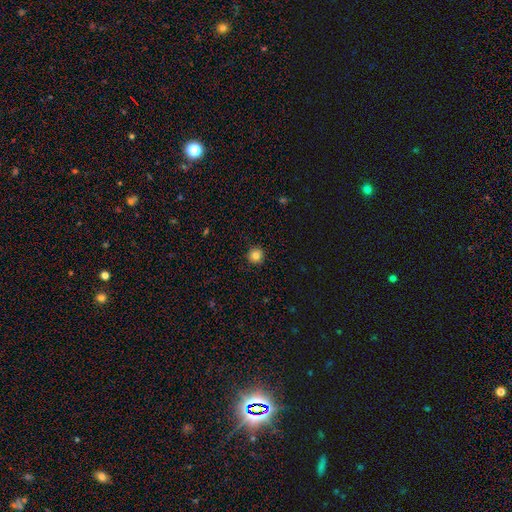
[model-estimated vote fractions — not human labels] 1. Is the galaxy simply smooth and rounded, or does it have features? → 82% smooth, 11% star or artifact, 6% featured or disk.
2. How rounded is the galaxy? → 95% round, 4% in between, 1% cigar-shaped.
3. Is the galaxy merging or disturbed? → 92% none, 5% minor disturbance, 2% major disturbance, 1% merger.